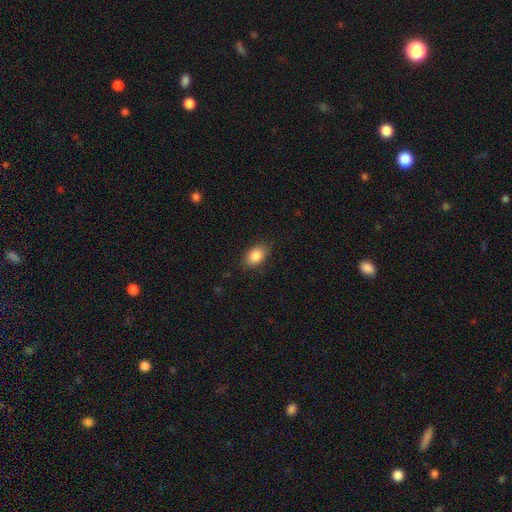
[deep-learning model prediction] The model was most divided on "merging": none: 84%, minor disturbance: 12%, major disturbance: 3%, merger: 1%. More confident: how rounded — in between (86%); smooth or featured — smooth (86%).